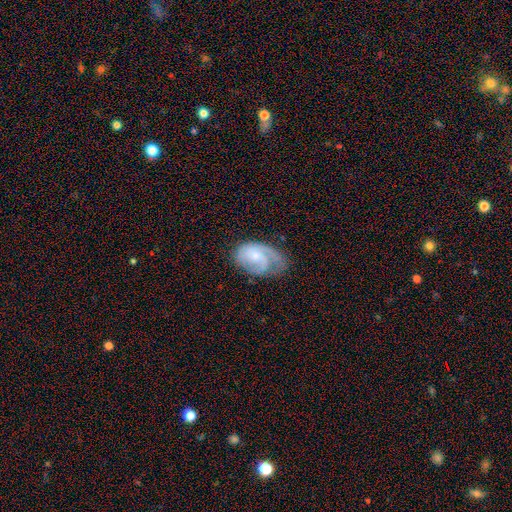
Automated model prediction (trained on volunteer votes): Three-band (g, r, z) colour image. It shows a featured or disk galaxy (69%) with no bar (65%), 1 (40%) tight (42%) spiral arms (90%) and a small central bulge (58%). Merging: none (48%).